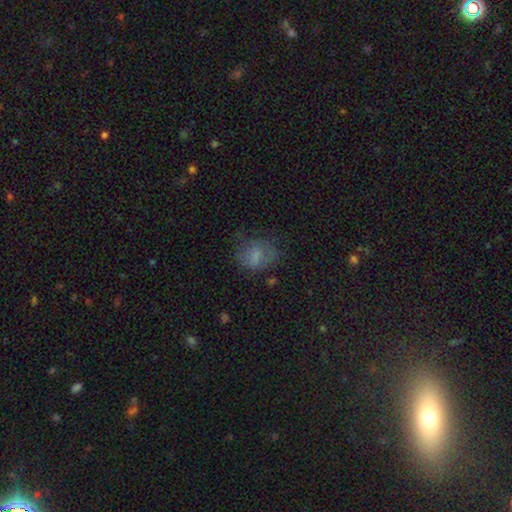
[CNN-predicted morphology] smooth 67%, featured or disk 19%, star or artifact 14%. Down the decision tree: how rounded — in between (49%, tied with round); merging — none (54%).